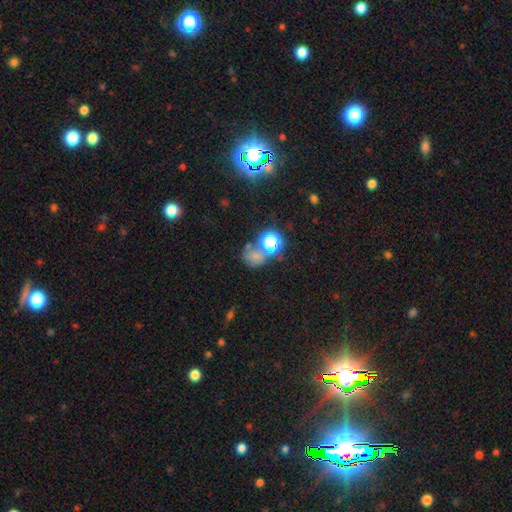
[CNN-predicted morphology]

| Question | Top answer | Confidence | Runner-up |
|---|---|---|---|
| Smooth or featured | smooth | 60% | star or artifact (31%) |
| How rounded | round | 65% | in between (34%) |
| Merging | none | 46% | merger (28%) |